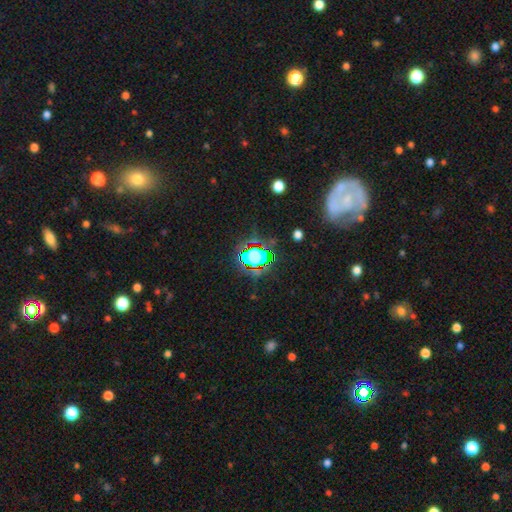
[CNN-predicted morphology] Smooth or featured? star or artifact (55%)